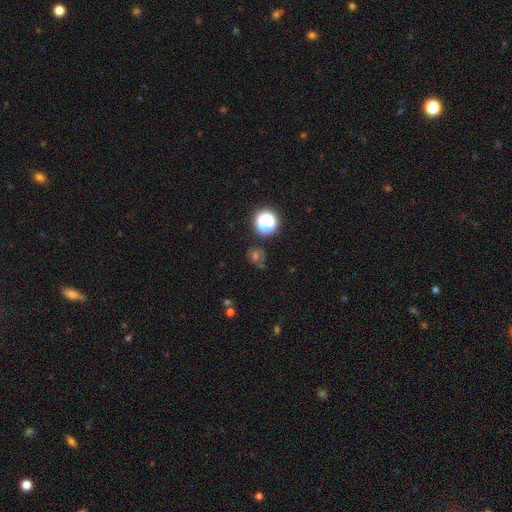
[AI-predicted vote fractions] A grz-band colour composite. It shows a smooth galaxy with no disk features (44%). Merging: none (70%).